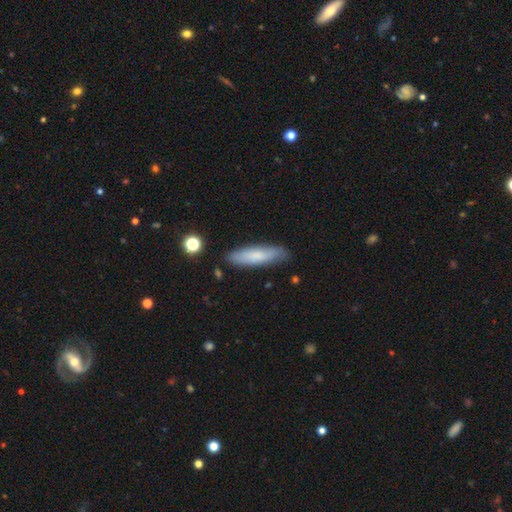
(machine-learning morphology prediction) Smooth or featured? Predicted: smooth (p=0.74). How rounded? Predicted: cigar-shaped (p=0.72). Merging? Predicted: none (p=0.83).